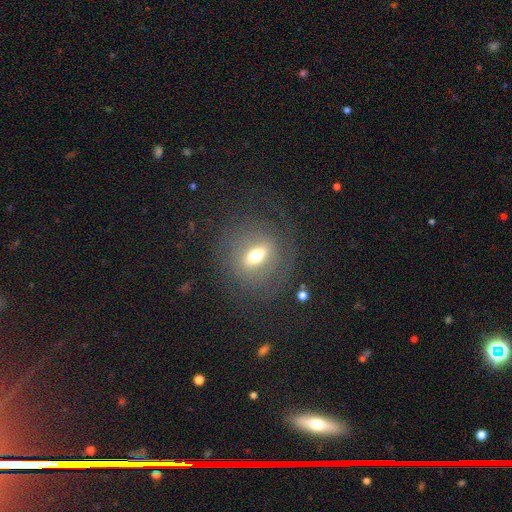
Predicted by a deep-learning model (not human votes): The model was most divided on "smooth or featured": featured or disk: 48%, smooth: 38%, star or artifact: 14%. More confident: merging — none (70%).